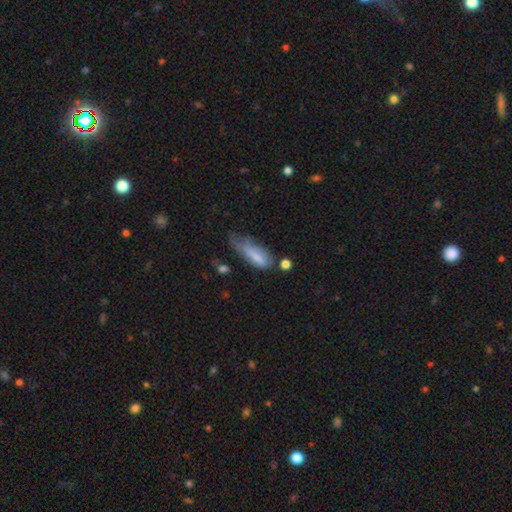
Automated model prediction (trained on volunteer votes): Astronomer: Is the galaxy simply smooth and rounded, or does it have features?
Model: smooth — 73%.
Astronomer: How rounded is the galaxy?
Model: in between — 58% (runner-up: cigar-shaped, 40%).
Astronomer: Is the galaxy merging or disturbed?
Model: minor disturbance — 38% (runner-up: major disturbance, 29%).